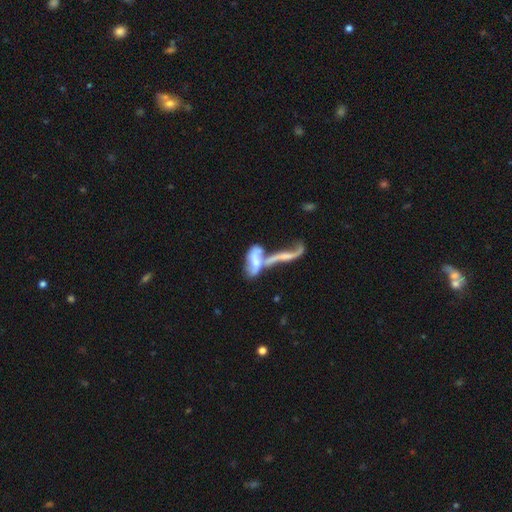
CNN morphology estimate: A featured or disk galaxy (63%). Merging: merger (72%).